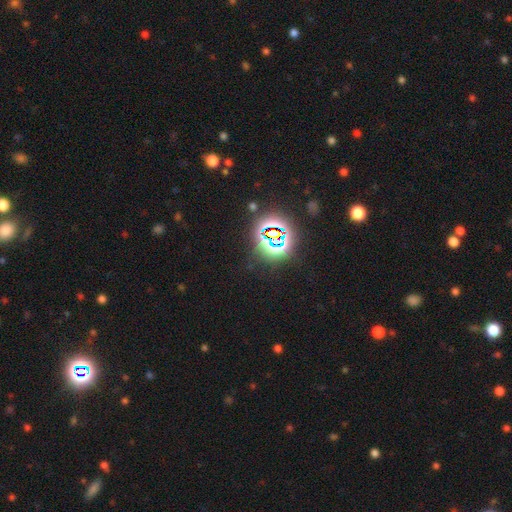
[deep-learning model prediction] A star or artifact, not a galaxy (81%).